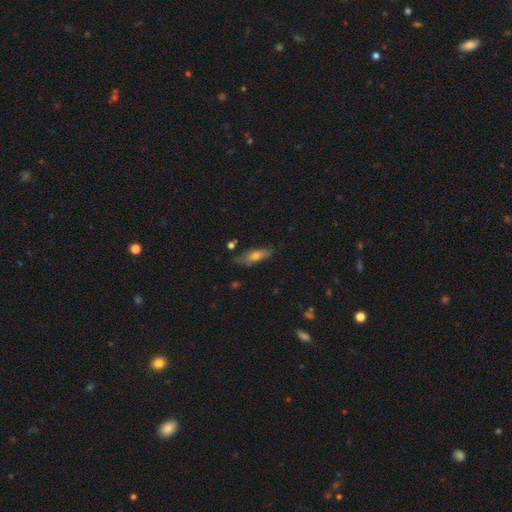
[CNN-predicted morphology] This appears to be a smooth galaxy with no disk features (62%) that is in between round and cigar-shaped (53%). Merging: none (72%).